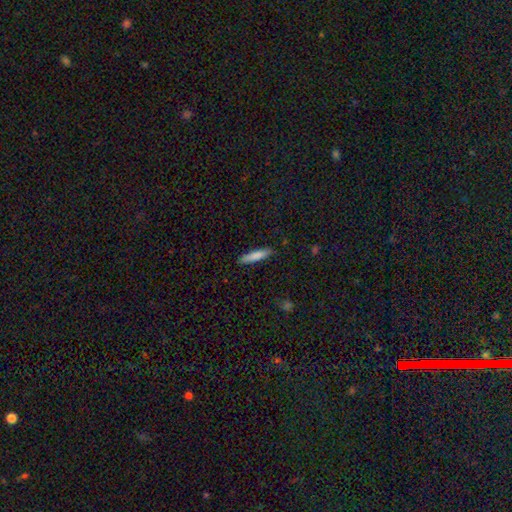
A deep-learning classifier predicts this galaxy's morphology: A smooth galaxy with no disk features (81%) that is cigar-shaped (86%).

Vote fractions:
- Smooth or featured? smooth: 81% / featured or disk: 13% / star or artifact: 6%
- How rounded? cigar-shaped: 86% / in between: 13% / round: 1%
- Merging? none: 88% / minor disturbance: 9% / major disturbance: 2% / merger: 1%